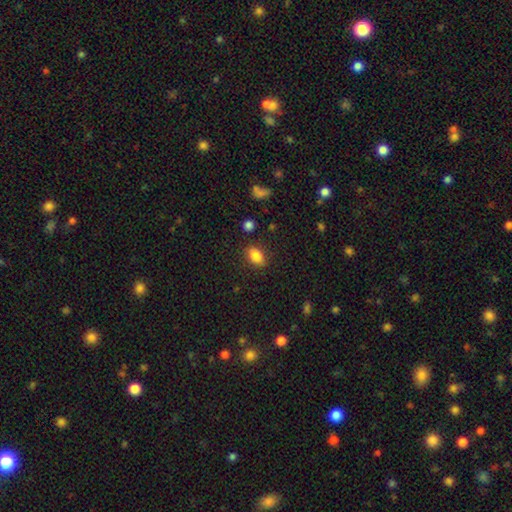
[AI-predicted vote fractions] Smooth or featured? Predicted: smooth (p=0.84). How rounded? Predicted: in between (p=0.85). Merging? Predicted: none (p=0.83).